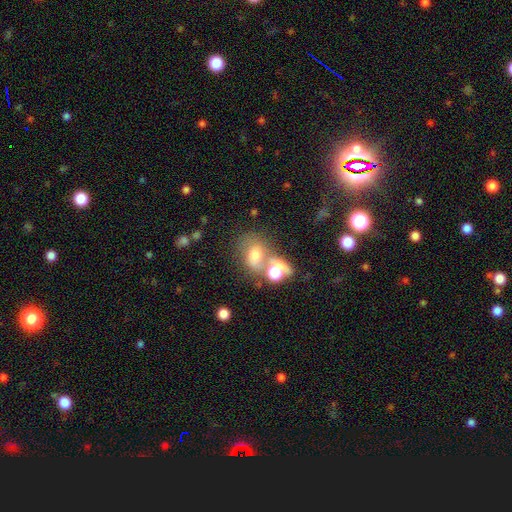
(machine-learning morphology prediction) Smooth or featured: smooth — 60% (featured or disk — 22%)
How rounded: in between — 62% (round — 36%)
Merging: merger — 45% (none — 32%)